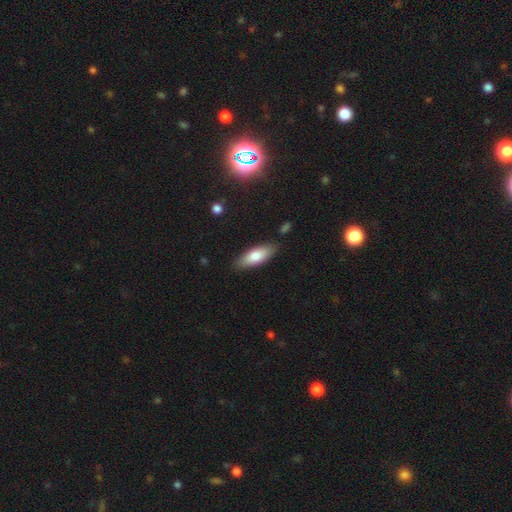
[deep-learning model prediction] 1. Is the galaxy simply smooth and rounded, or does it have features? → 74% smooth, 20% featured or disk, 6% star or artifact.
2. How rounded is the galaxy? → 69% in between, 29% cigar-shaped, 2% round.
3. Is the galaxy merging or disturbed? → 85% none, 11% minor disturbance, 2% major disturbance, 2% merger.